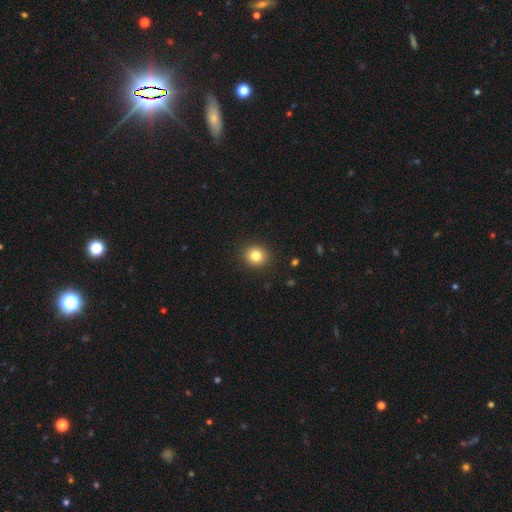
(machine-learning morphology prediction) Smooth or featured: smooth — 83% (star or artifact — 11%)
How rounded: round — 80% (in between — 19%)
Merging: none — 90% (minor disturbance — 7%)